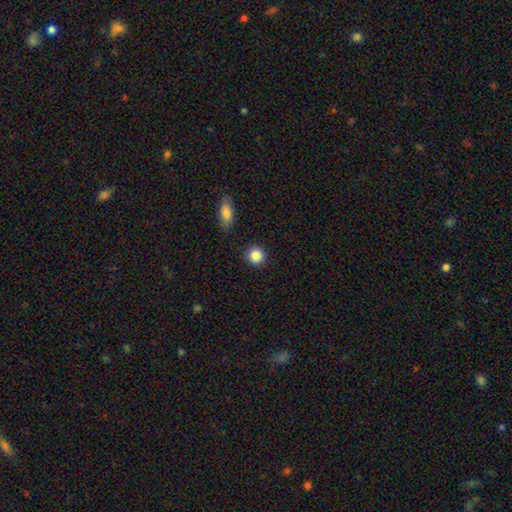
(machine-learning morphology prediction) A smooth galaxy with no disk features (86%) that is round (90%).

Vote fractions:
- Smooth or featured? smooth: 86% / star or artifact: 9% / featured or disk: 5%
- How rounded? round: 90% / in between: 9% / cigar-shaped: 1%
- Merging? none: 89% / minor disturbance: 6% / merger: 2% / major disturbance: 2%